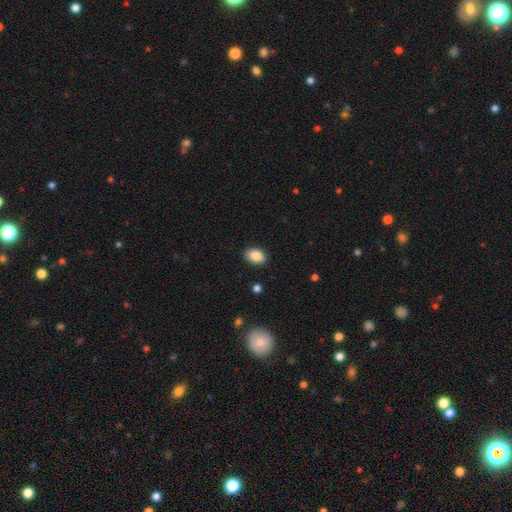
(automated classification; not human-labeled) smooth-or-featured: smooth: 87% | star or artifact: 8% | featured or disk: 5%
  how-rounded: in between: 85% | round: 14% | cigar-shaped: 1%
  merging: none: 88% | minor disturbance: 9% | major disturbance: 2% | merger: 1%